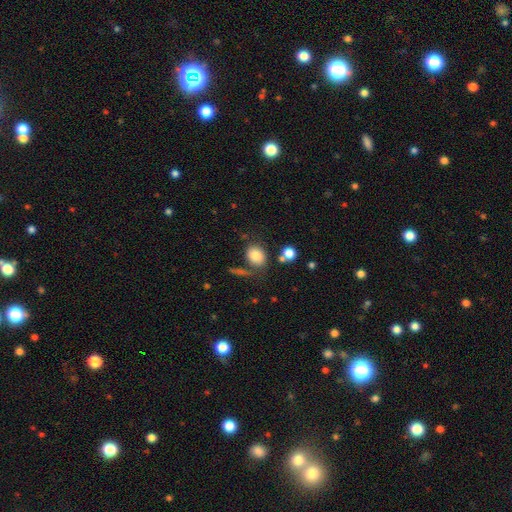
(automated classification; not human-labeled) This appears to be a smooth galaxy with no disk features (80%) that is in between round and cigar-shaped (52%). Merging: none (66%).